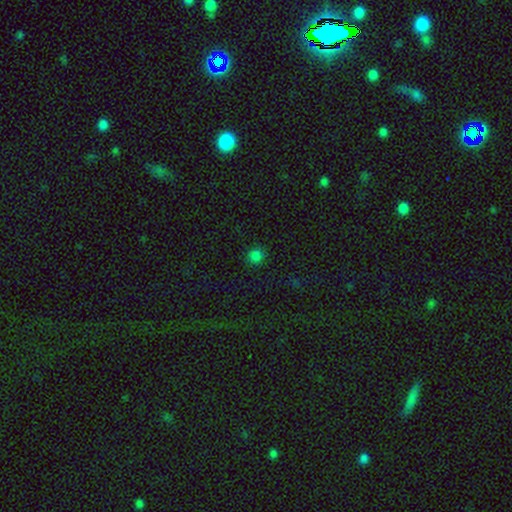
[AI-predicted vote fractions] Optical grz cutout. It shows a smooth galaxy with no disk features (80%) that is round (91%). Merging: none (91%).